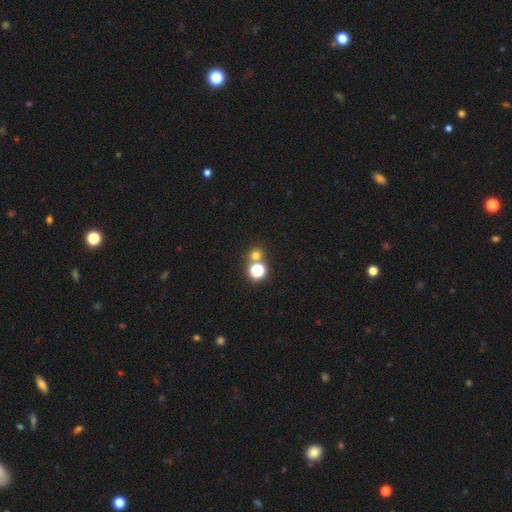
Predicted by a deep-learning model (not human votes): This appears to be a smooth galaxy with no disk features (66%) that is round (88%). Merging: none (67%).